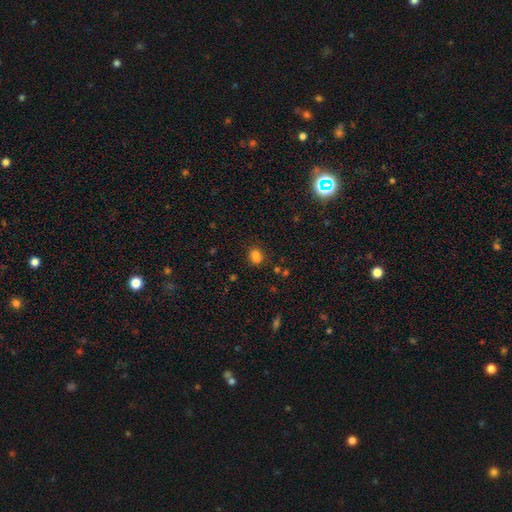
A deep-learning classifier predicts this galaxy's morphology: Q: Smooth or featured?
A: smooth (80%); runner-up: star or artifact (14%)
Q: How rounded?
A: in between (50%); runner-up: round (49%)
Q: Merging?
A: none (71%); runner-up: minor disturbance (16%)